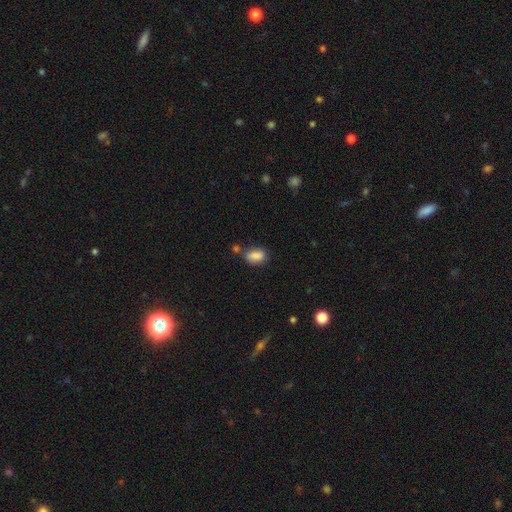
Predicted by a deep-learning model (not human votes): Morphology: type=smooth (86%); roundness=in between (87%); merging=none (63%).